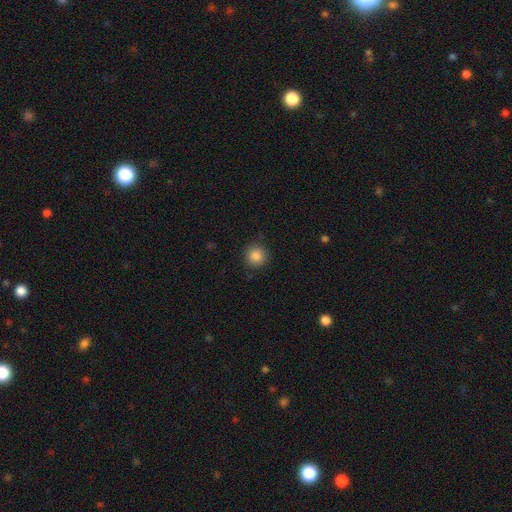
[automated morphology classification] smooth_or_featured: smooth (p=0.86) [alt: star or artifact p=0.10]
how_rounded: round (p=0.93) [alt: in between p=0.06]
merging: none (p=0.87) [alt: minor disturbance p=0.09]